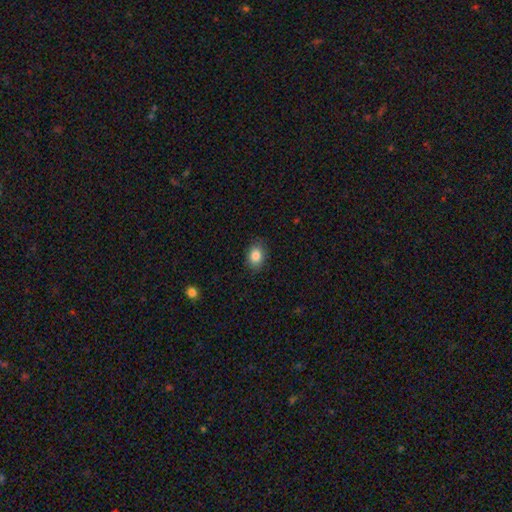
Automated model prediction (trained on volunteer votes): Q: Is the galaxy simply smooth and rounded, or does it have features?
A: smooth — 85%.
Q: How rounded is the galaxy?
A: in between — 69%.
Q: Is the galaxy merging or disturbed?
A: none — 85%.